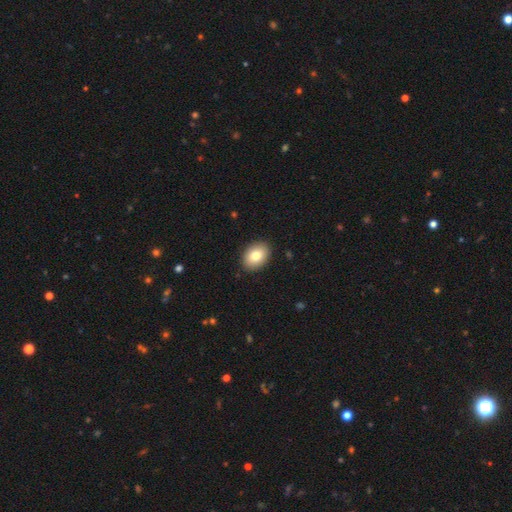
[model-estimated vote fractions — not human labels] A smooth galaxy with no disk features (80%) that is in between round and cigar-shaped (77%). Merging: none (90%).